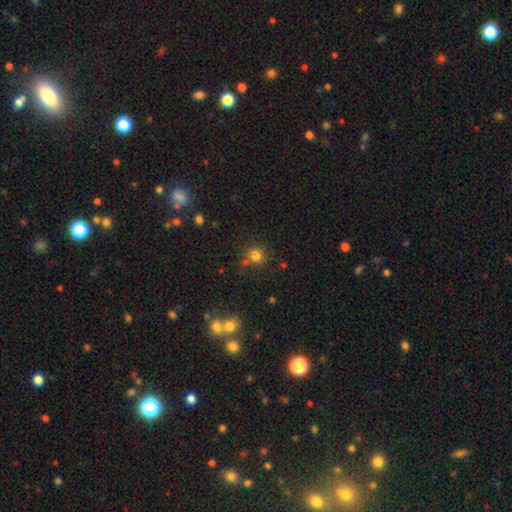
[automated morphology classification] smooth-or-featured: smooth: 78% | star or artifact: 15% | featured or disk: 6%
  how-rounded: round: 90% | in between: 10% | cigar-shaped: 1%
  merging: none: 71% | merger: 13% | minor disturbance: 12% | major disturbance: 4%